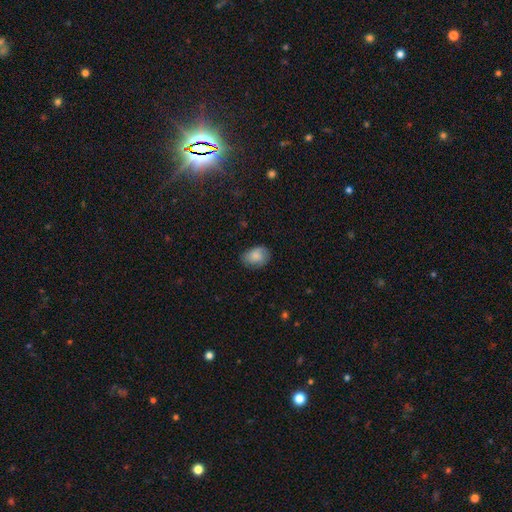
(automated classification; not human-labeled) A smooth galaxy with no disk features (80%) that is in between round and cigar-shaped (74%). Merging: none (75%).